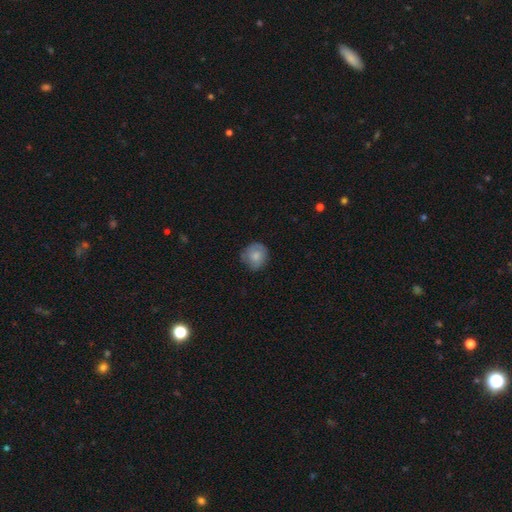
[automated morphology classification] This appears to be a smooth galaxy with no disk features (65%) that is round (83%). Merging: none (71%).